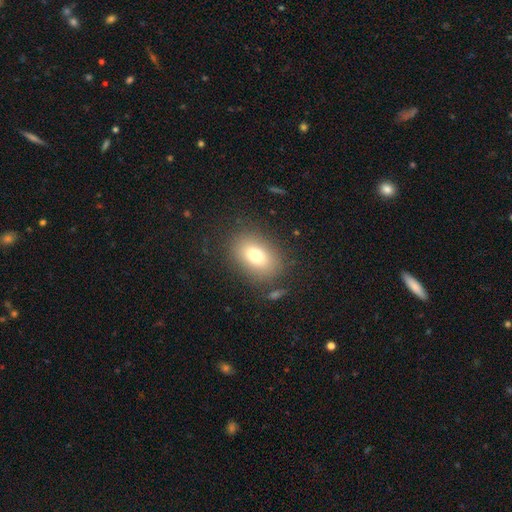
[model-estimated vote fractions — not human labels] Smooth or featured? smooth (75%)
How rounded? in between (74%)
Merging? none (82%)